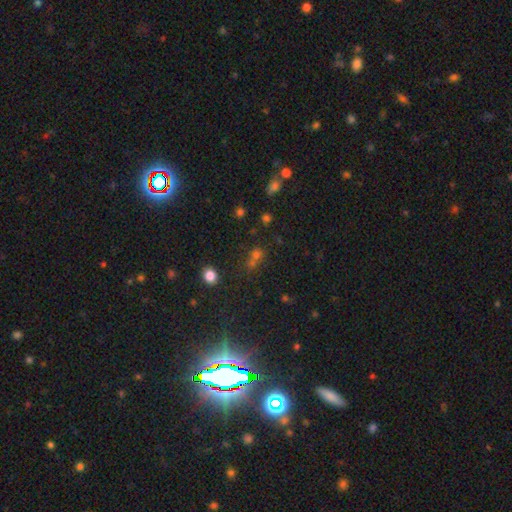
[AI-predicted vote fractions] A smooth galaxy with no disk features (46%). Merging: none (55%).